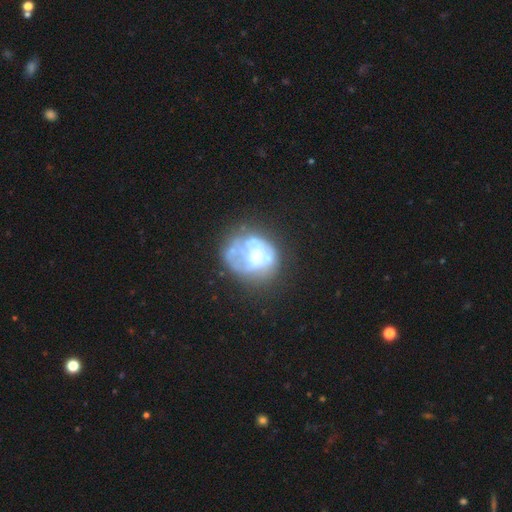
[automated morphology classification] Smooth or featured?
  - featured or disk: 65% *
  - smooth: 26%
  - star or artifact: 9%
Edge-on disk?
  - no: 98% *
  - yes: 2%
Bar?
  - no: 78% *
  - weak: 17%
  - strong: 4%
Spiral arms?
  - no: 58% *
  - yes: 42%
Bulge size?
  - moderate: 44% *
  - small: 34%
  - none: 11%
  - large: 9%
  - dominant: 2%
Merging?
  - none: 48% *
  - minor disturbance: 23%
  - major disturbance: 23%
  - merger: 6%